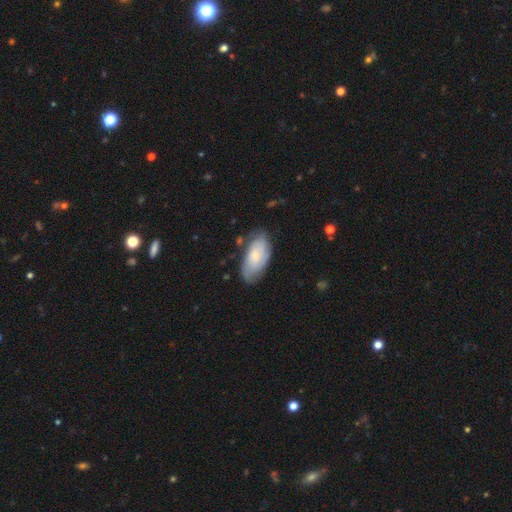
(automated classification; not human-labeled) A smooth galaxy with no disk features (50%).

Vote fractions:
- Smooth or featured? smooth: 50% / featured or disk: 44% / star or artifact: 6%
- Merging? none: 70% / minor disturbance: 22% / major disturbance: 5% / merger: 2%